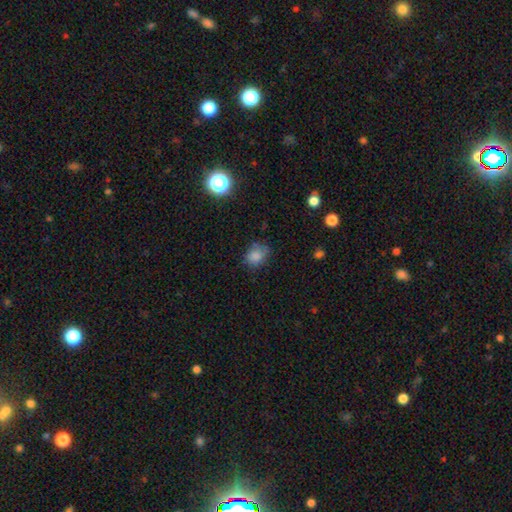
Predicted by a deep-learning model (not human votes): Q: Smooth or featured?
A: smooth (81%); runner-up: star or artifact (12%)
Q: How rounded?
A: round (50%); runner-up: in between (48%)
Q: Merging?
A: none (64%); runner-up: minor disturbance (26%)